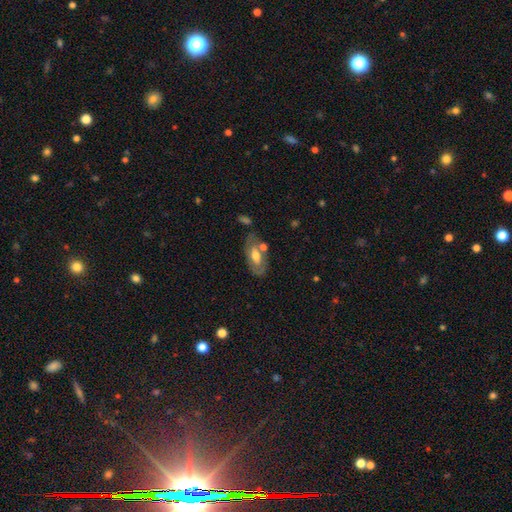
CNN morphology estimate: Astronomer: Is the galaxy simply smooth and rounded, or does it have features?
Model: smooth — 48% (runner-up: featured or disk, 45%).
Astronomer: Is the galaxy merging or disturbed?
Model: none — 61%.